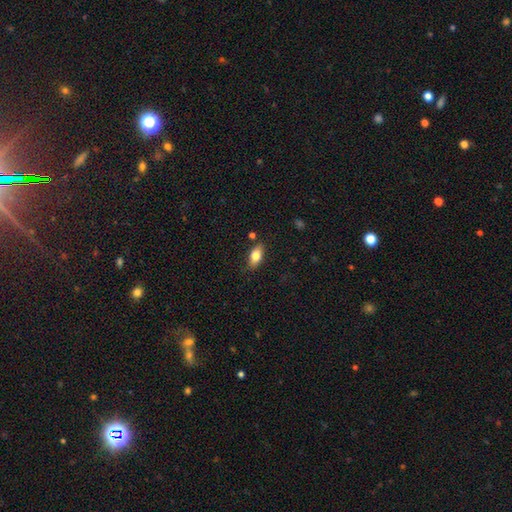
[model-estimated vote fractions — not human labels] A smooth galaxy with no disk features (79%) that is in between round and cigar-shaped (88%). Merging: none (81%).